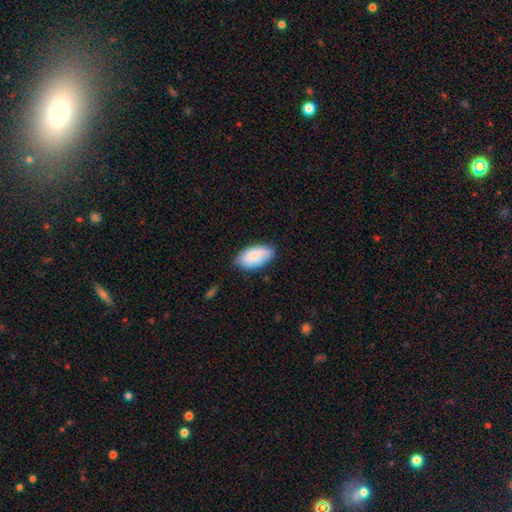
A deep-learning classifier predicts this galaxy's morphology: This is likely a smooth galaxy (79%). How rounded: clearly in between (95%). Merging: likely none (74%).